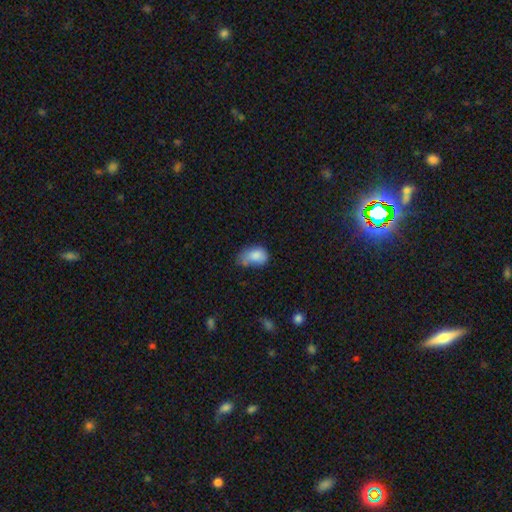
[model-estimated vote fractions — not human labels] This appears to be a smooth galaxy with no disk features (83%) that is in between round and cigar-shaped (84%). Merging: minor disturbance (42%).